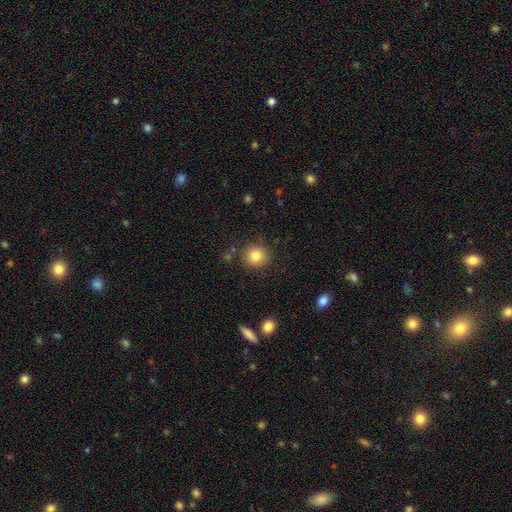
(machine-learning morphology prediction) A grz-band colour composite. It shows a smooth galaxy with no disk features (83%) that is round (91%). Merging: none (86%).